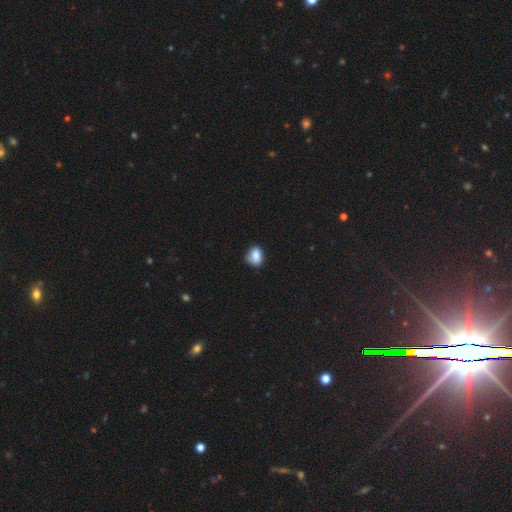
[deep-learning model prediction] Morphology: type=smooth (85%); roundness=in between (56%); merging=none (68%).